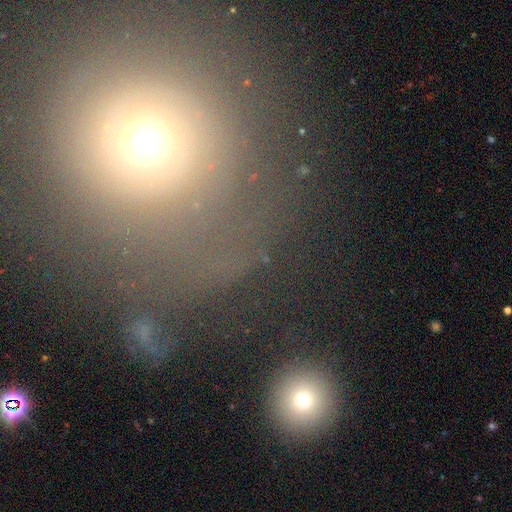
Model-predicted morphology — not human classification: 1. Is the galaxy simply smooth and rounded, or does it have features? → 50% smooth, 25% featured or disk, 25% star or artifact.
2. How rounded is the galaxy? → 78% round, 20% in between, 3% cigar-shaped.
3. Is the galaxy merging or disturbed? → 64% none, 15% major disturbance, 13% minor disturbance, 8% merger.